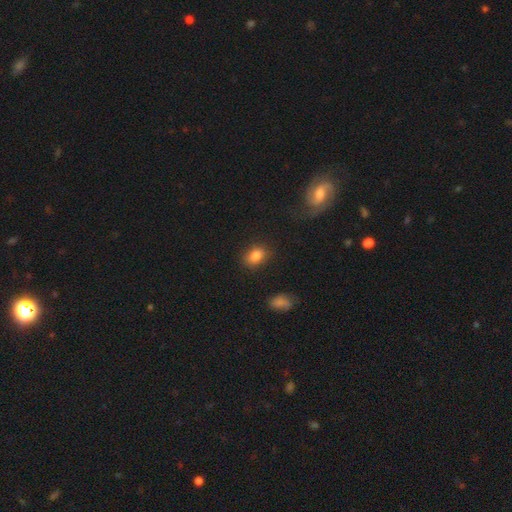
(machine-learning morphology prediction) A smooth galaxy with no disk features (83%) that is in between round and cigar-shaped (72%). Merging: none (82%).